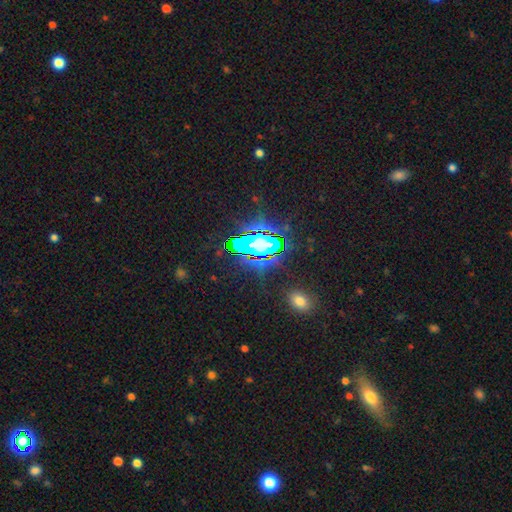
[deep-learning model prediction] The model was most divided on "smooth or featured": star or artifact: 81%, smooth: 11%, featured or disk: 8%.